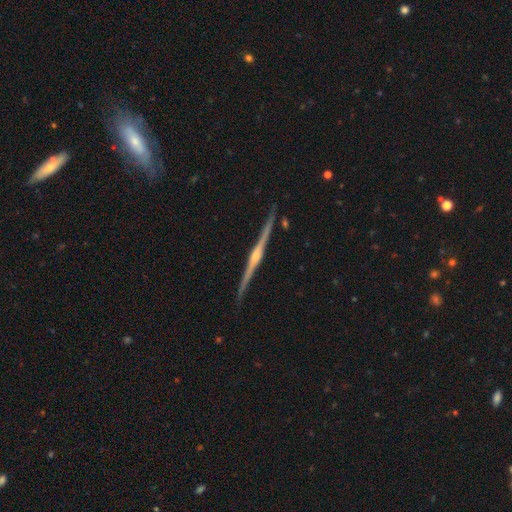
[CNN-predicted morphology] Smooth or featured?
  - featured or disk: 89% *
  - smooth: 6%
  - star or artifact: 5%
Edge-on disk?
  - yes: 99% *
  - no: 1%
Edge-on bulge?
  - rounded: 83% *
  - boxy: 9%
  - none: 8%
Merging?
  - none: 91% *
  - minor disturbance: 7%
  - major disturbance: 1%
  - merger: 1%